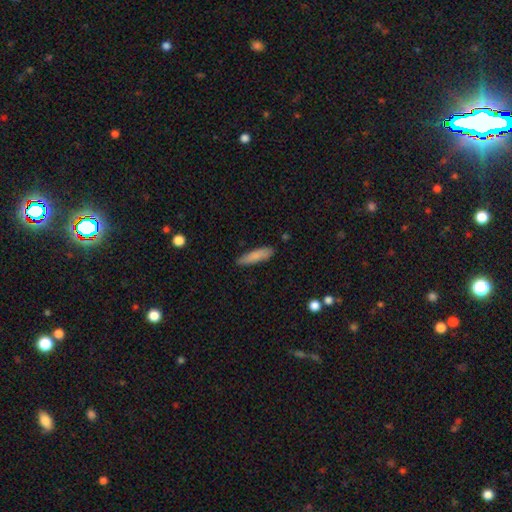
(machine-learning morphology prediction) The model was most divided on "how rounded": cigar-shaped: 74%, in between: 25%, round: 1%. More confident: merging — none (84%); smooth or featured — smooth (83%).